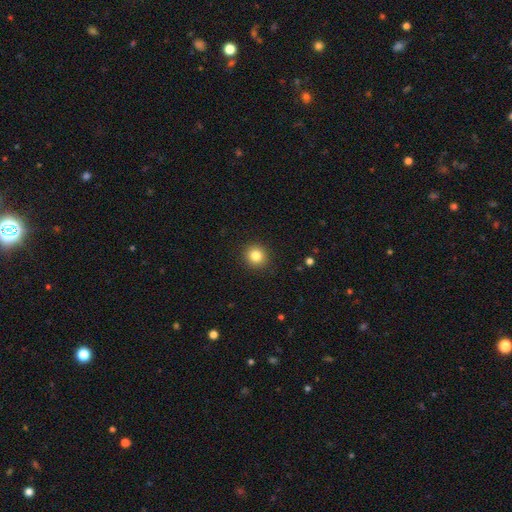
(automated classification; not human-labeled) The model was most divided on "smooth or featured": smooth: 83%, star or artifact: 11%, featured or disk: 6%. More confident: merging — none (91%); how rounded — round (91%).